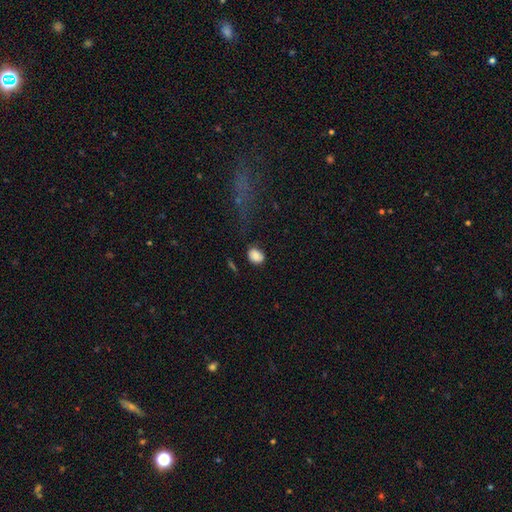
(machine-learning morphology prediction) smooth_or_featured: smooth (p=0.85) [alt: star or artifact p=0.08]
how_rounded: in between (p=0.63) [alt: round p=0.35]
merging: none (p=0.72) [alt: minor disturbance p=0.19]